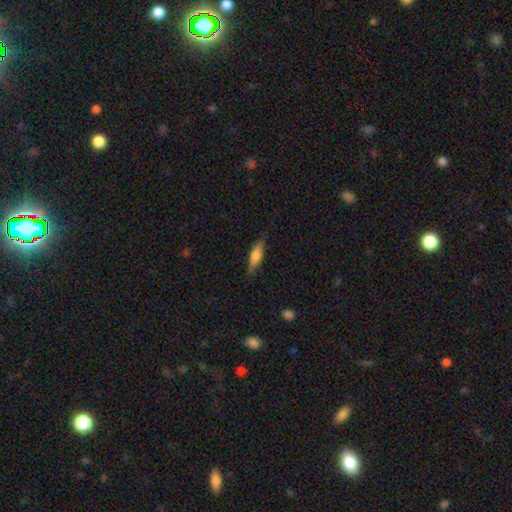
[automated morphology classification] Overall: smooth (70%). How rounded: cigar-shaped (53%; in between 45%). Merging: none (80%).